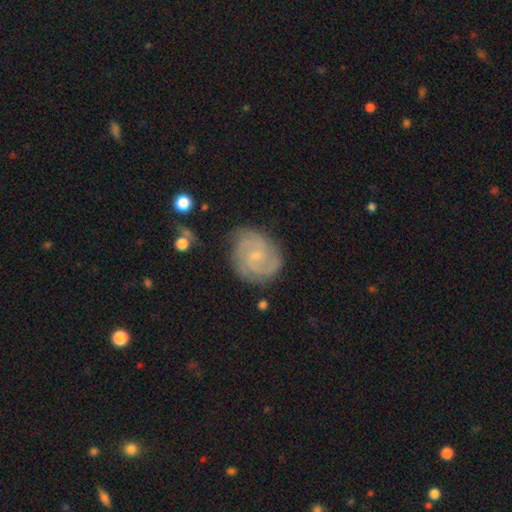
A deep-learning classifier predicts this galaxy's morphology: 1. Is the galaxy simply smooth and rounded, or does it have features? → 84% featured or disk, 10% smooth, 6% star or artifact.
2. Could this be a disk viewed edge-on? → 98% no, 2% yes.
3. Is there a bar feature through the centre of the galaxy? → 51% no, 42% weak, 7% strong.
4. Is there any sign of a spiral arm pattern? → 97% yes, 3% no.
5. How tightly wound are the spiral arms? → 54% tight, 38% medium, 7% loose.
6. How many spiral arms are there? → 55% 2, 21% 3, 13% can't tell, 4% 4, 4% 1, 4% more than 4.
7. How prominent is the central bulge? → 77% small, 16% moderate, 6% none, 1% large, 1% dominant.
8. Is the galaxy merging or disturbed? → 79% none, 15% minor disturbance, 4% major disturbance, 2% merger.